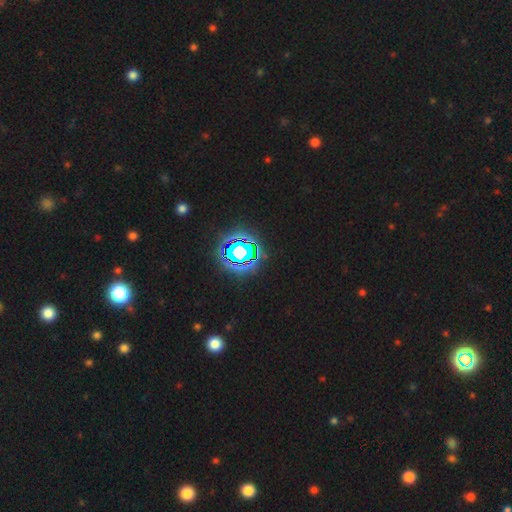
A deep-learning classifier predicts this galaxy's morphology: The model was most divided on "smooth or featured": star or artifact: 83%, smooth: 11%, featured or disk: 7%.